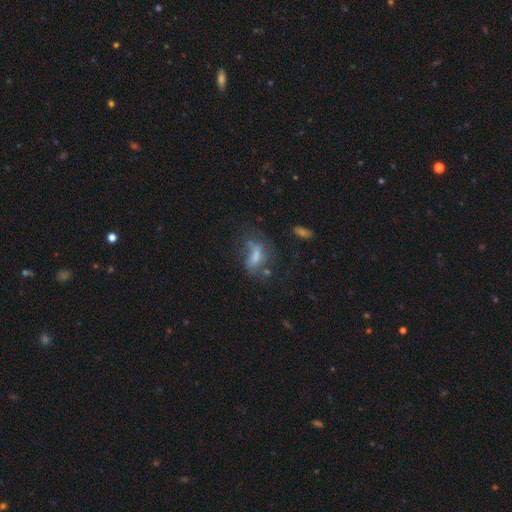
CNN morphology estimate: This is possibly a featured or disk galaxy (46%). Merging: marginally none (44%).